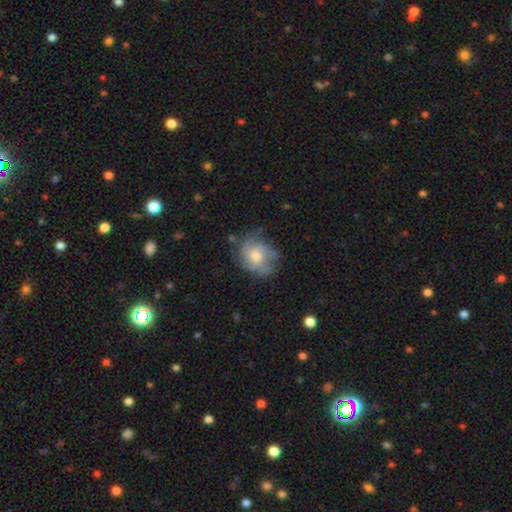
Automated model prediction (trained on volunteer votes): Smooth or featured?
  - featured or disk: 60% *
  - smooth: 31%
  - star or artifact: 9%
Edge-on disk?
  - no: 97% *
  - yes: 3%
Bar?
  - no: 79% *
  - weak: 18%
  - strong: 3%
Spiral arms?
  - yes: 80% *
  - no: 20%
Bulge size?
  - moderate: 61% *
  - small: 29%
  - large: 7%
  - none: 2%
  - dominant: 1%
Merging?
  - none: 59% *
  - minor disturbance: 25%
  - major disturbance: 14%
  - merger: 2%